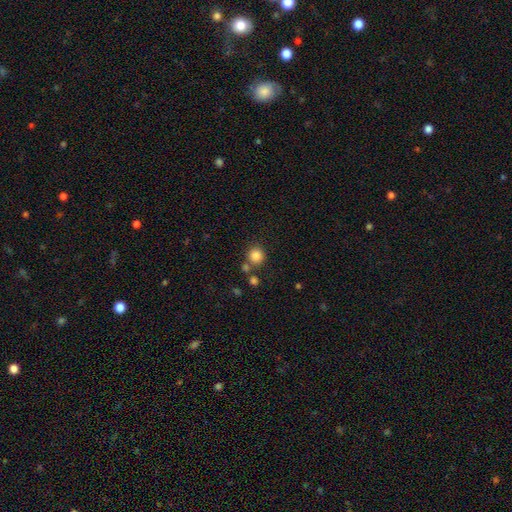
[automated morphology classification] type=smooth (84%); roundness=round (92%); merging=none (73%).